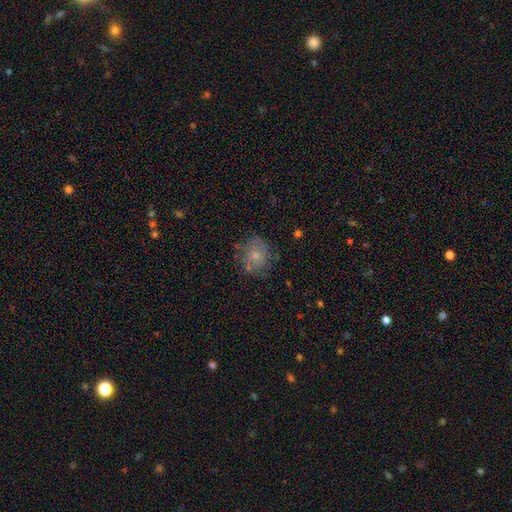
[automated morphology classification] The model was most divided on "smooth or featured": smooth: 59%, featured or disk: 31%, star or artifact: 10%. More confident: how rounded — round (71%); merging — none (65%).